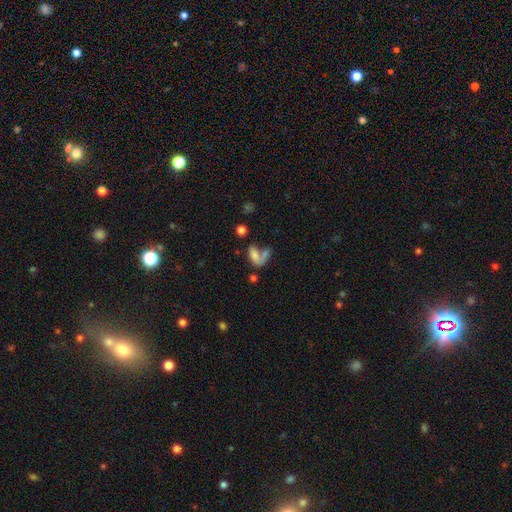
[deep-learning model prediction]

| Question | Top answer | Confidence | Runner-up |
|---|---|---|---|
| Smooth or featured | smooth | 67% | featured or disk (21%) |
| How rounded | in between | 78% | cigar-shaped (12%) |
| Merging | merger | 39% | none (31%) |